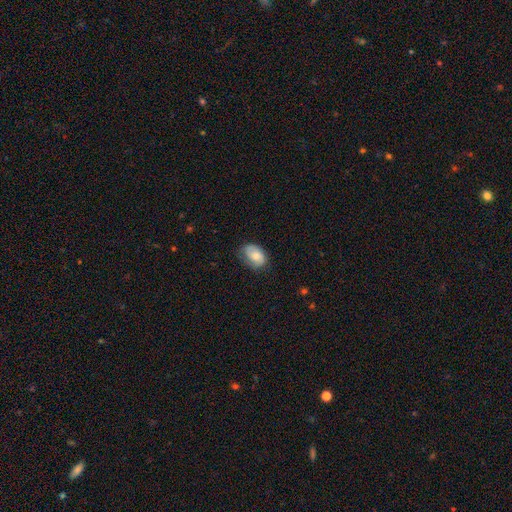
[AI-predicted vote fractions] Morphology: type=smooth (68%); roundness=in between (84%); merging=none (63%).